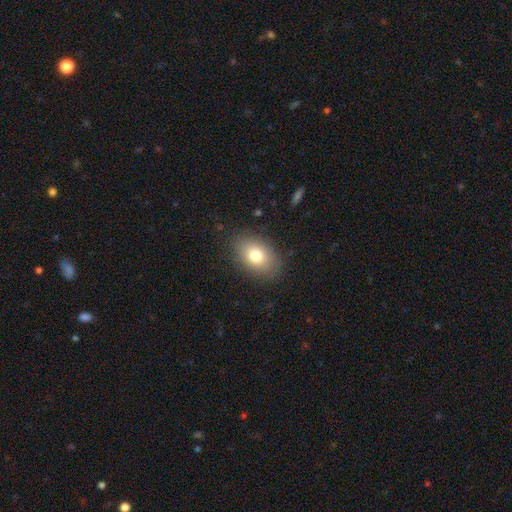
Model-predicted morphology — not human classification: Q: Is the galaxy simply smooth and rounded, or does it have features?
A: smooth — 78%.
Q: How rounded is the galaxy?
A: in between — 82%.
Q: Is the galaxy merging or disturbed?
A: none — 85%.